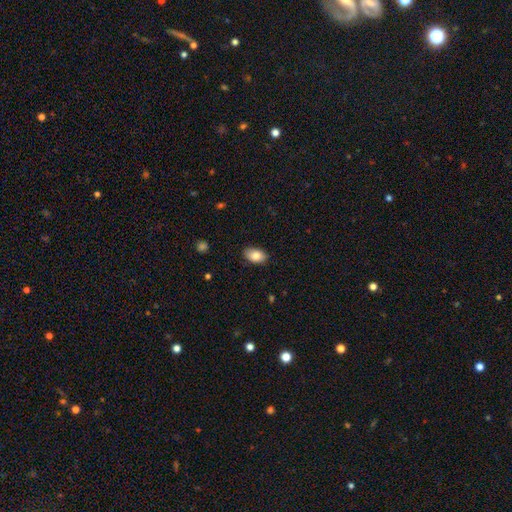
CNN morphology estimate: The model was most divided on "merging": none: 83%, minor disturbance: 14%, major disturbance: 2%, merger: 1%. More confident: how rounded — in between (91%); smooth or featured — smooth (84%).